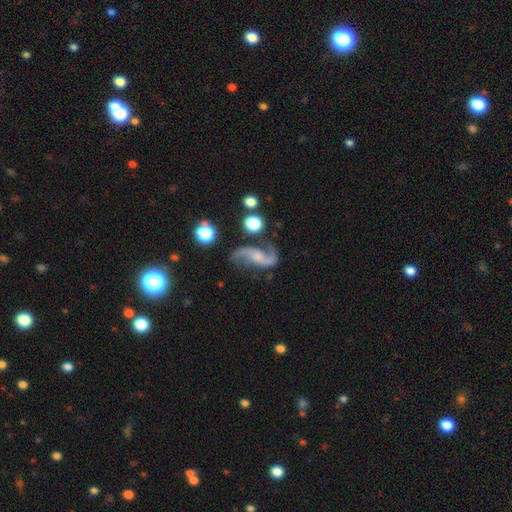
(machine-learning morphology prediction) Smooth or featured? Predicted: featured or disk (p=0.88). Edge-on disk? Predicted: no (p=0.97). Bar? Predicted: no (p=0.53). Spiral arms? Predicted: yes (p=0.97). Spiral winding? Predicted: loose (p=0.73). Spiral arm count? Predicted: 2 (p=0.93). Bulge size? Predicted: small (p=0.44). Merging? Predicted: none (p=0.71).